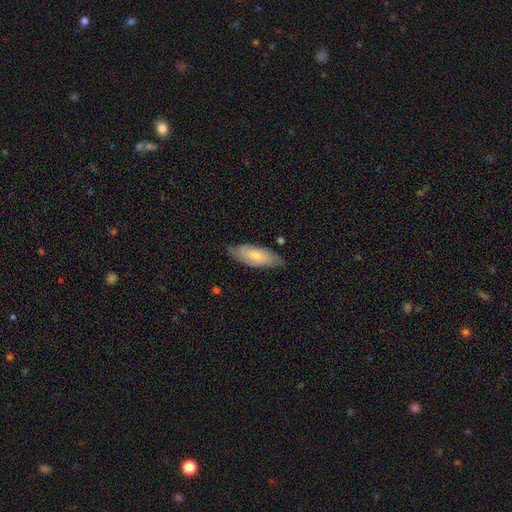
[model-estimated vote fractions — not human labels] A smooth galaxy with no disk features (49%).

Vote fractions:
- Smooth or featured? smooth: 49% / featured or disk: 45% / star or artifact: 6%
- Merging? none: 71% / minor disturbance: 23% / major disturbance: 4% / merger: 2%